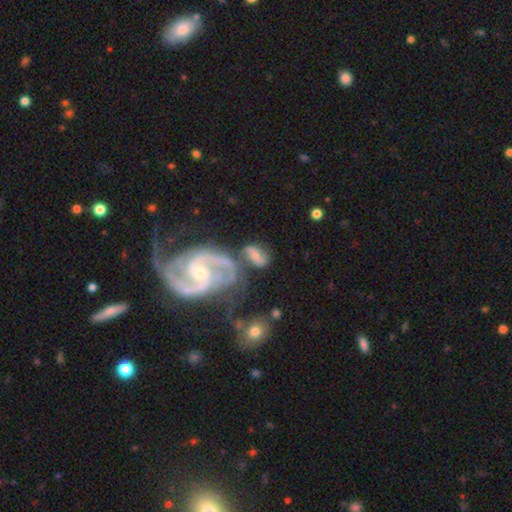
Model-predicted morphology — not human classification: Q: Smooth or featured?
A: featured or disk (58%); runner-up: smooth (33%)
Q: Edge-on disk?
A: no (95%); runner-up: yes (5%)
Q: Bar?
A: weak (43%); runner-up: no (35%)
Q: Spiral arms?
A: yes (86%); runner-up: no (14%)
Q: Bulge size?
A: small (52%); runner-up: moderate (34%)
Q: Merging?
A: none (37%); runner-up: merger (28%)